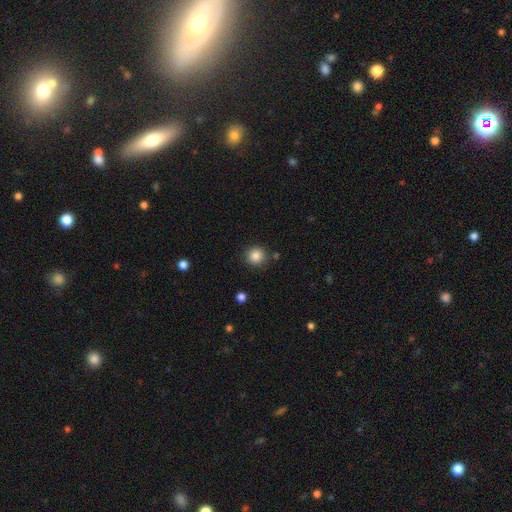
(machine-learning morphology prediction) This appears to be a smooth galaxy with no disk features (85%) that is round (93%). Merging: none (87%).